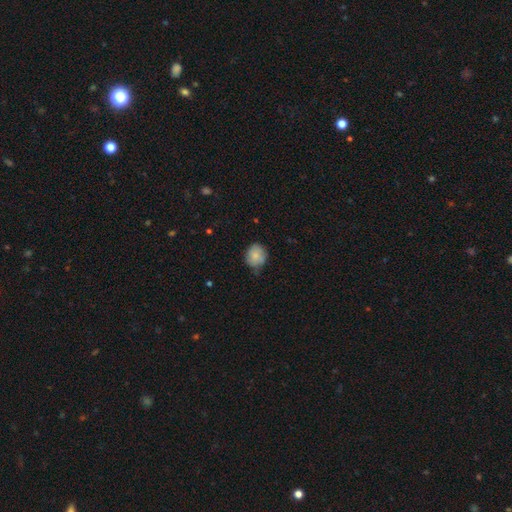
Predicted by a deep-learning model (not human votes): A smooth galaxy with no disk features (79%) that is round (71%).

Vote fractions:
- Smooth or featured? smooth: 79% / featured or disk: 13% / star or artifact: 8%
- How rounded? round: 71% / in between: 28% / cigar-shaped: 1%
- Merging? none: 59% / minor disturbance: 33% / major disturbance: 6% / merger: 2%